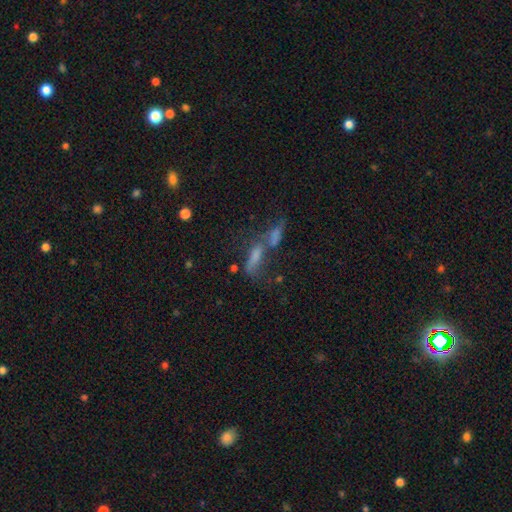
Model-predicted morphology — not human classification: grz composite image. It shows a smooth galaxy with no disk features (50%) that is cigar-shaped (52%). Merging: merger (56%).